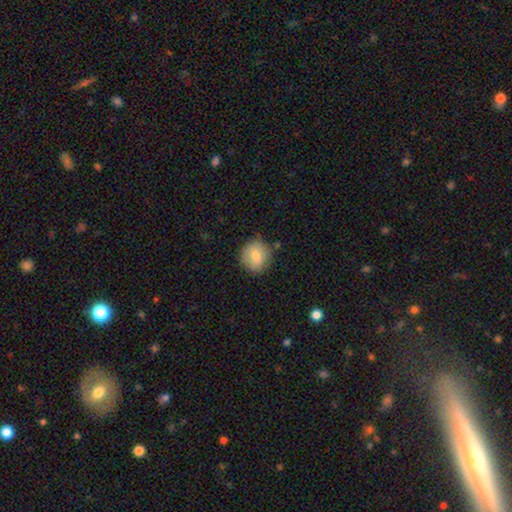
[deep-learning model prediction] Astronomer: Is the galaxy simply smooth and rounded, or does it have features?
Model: smooth — 79%.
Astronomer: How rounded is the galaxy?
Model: round — 90%.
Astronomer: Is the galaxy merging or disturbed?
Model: none — 81%.